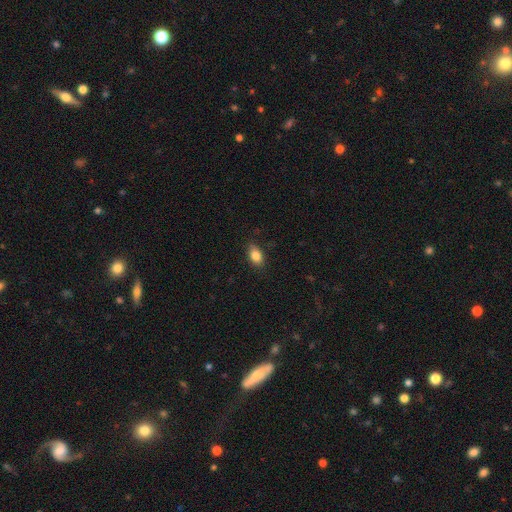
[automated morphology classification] Smooth or featured? smooth (84%)
How rounded? in between (87%)
Merging? none (82%)